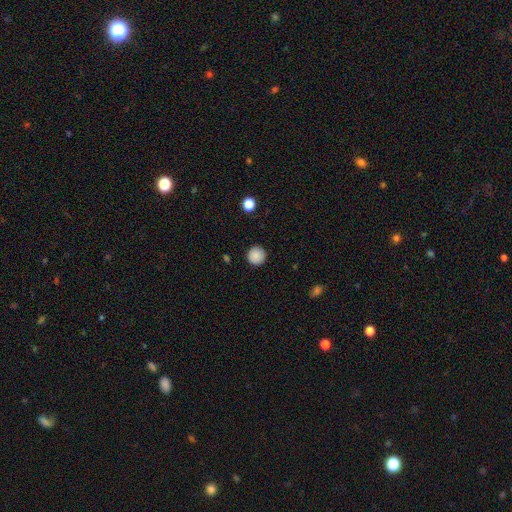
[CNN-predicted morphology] smooth 88%, star or artifact 9%, featured or disk 3%. Down the decision tree: how rounded — round (96%); merging — none (91%).